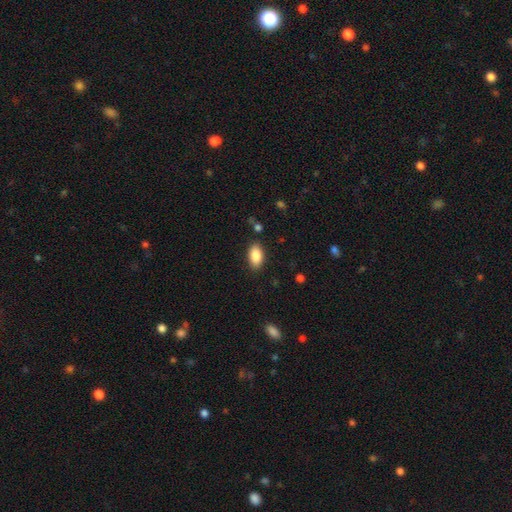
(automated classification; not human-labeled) A smooth galaxy with no disk features (86%) that is in between round and cigar-shaped (93%).

Vote fractions:
- Smooth or featured? smooth: 86% / star or artifact: 7% / featured or disk: 7%
- How rounded? in between: 93% / round: 5% / cigar-shaped: 3%
- Merging? none: 86% / minor disturbance: 10% / major disturbance: 2% / merger: 2%